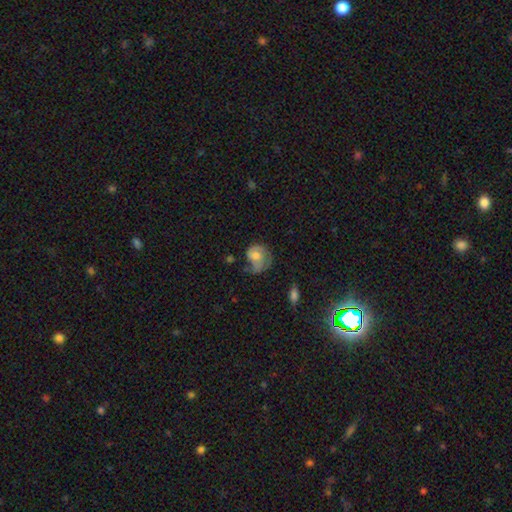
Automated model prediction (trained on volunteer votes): smooth-or-featured: smooth: 49% | featured or disk: 43% | star or artifact: 8%
  merging: none: 36% | minor disturbance: 30% | major disturbance: 29% | merger: 5%